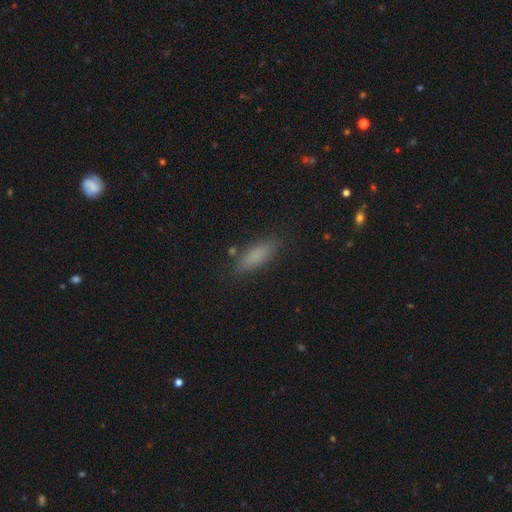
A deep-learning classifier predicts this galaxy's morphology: type=smooth (81%); roundness=in between (58%); merging=none (82%).